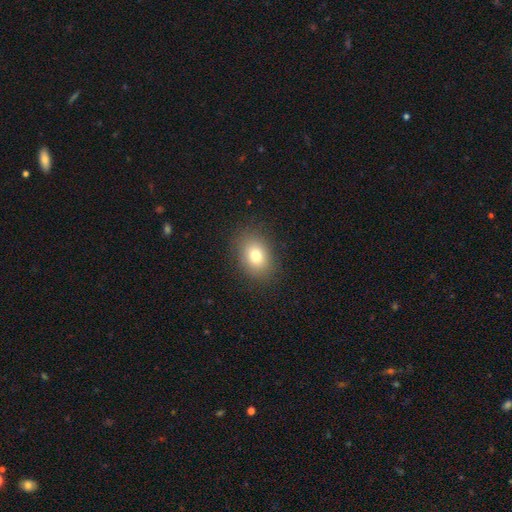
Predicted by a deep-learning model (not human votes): Morphology: type=smooth (77%); roundness=in between (68%); merging=none (86%).